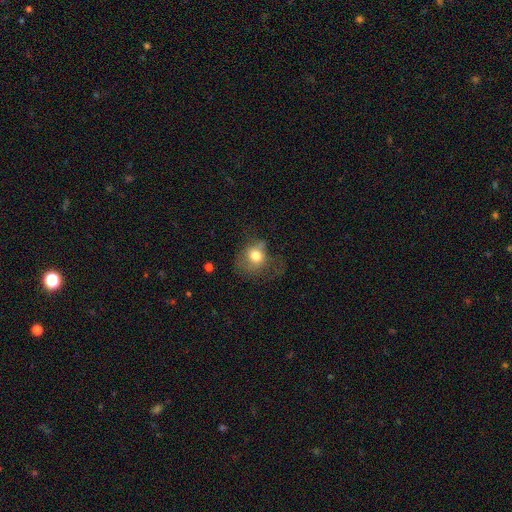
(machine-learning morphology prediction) Smooth or featured? Predicted: smooth (p=0.70). How rounded? Predicted: round (p=0.64). Merging? Predicted: none (p=0.36).